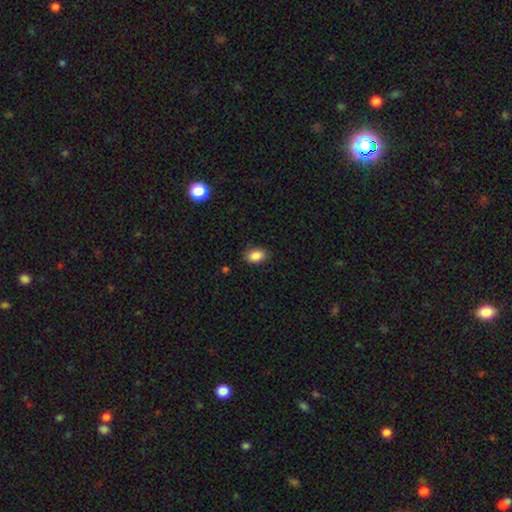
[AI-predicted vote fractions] This appears to be a smooth galaxy with no disk features (88%) that is in between round and cigar-shaped (84%). Merging: none (85%).